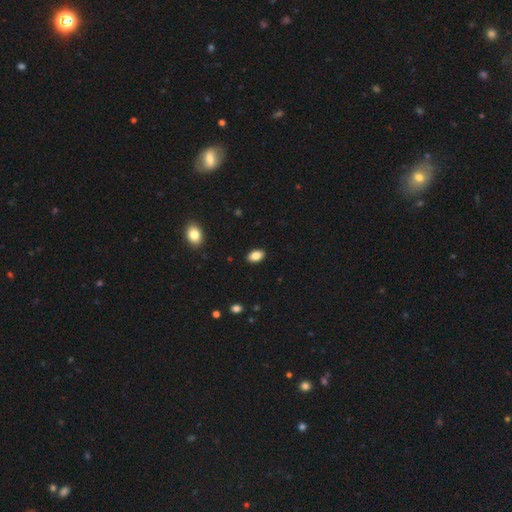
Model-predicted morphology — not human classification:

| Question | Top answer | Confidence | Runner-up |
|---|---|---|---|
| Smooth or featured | smooth | 85% | star or artifact (8%) |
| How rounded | in between | 90% | round (8%) |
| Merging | none | 89% | minor disturbance (8%) |